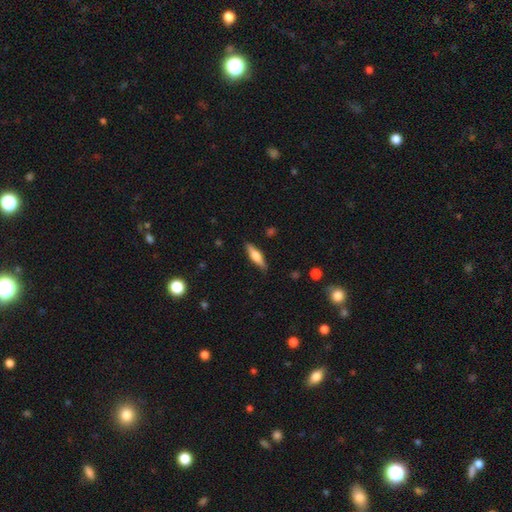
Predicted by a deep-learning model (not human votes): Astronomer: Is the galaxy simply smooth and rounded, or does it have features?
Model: smooth — 52% (runner-up: featured or disk, 42%).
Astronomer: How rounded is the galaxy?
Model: cigar-shaped — 66%.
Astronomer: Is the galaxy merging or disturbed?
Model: none — 87%.